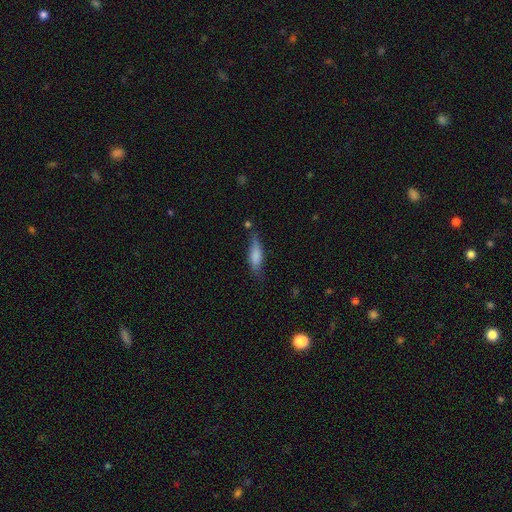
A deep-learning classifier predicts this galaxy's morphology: A smooth galaxy with no disk features (75%) that is in between round and cigar-shaped (51%). Merging: none (57%).